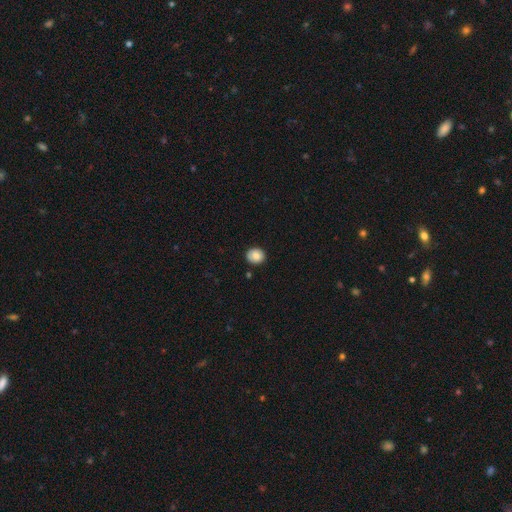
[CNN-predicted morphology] The model was most divided on "how rounded": round: 78%, in between: 21%, cigar-shaped: 1%. More confident: merging — none (88%); smooth or featured — smooth (82%).